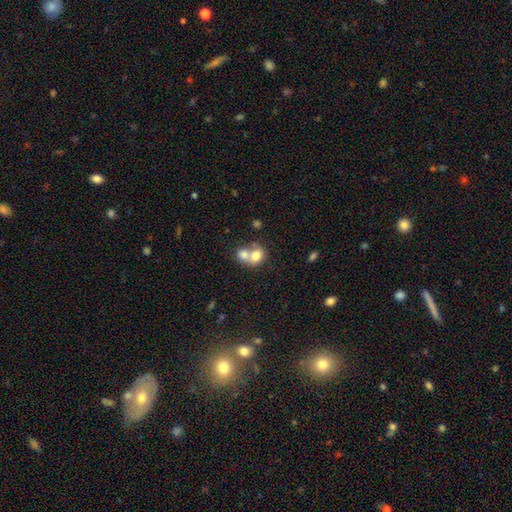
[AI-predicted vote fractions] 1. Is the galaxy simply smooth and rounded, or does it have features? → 73% smooth, 18% featured or disk, 9% star or artifact.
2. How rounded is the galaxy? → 60% round, 39% in between, 1% cigar-shaped.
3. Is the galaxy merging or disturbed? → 70% merger, 22% none, 5% minor disturbance, 3% major disturbance.